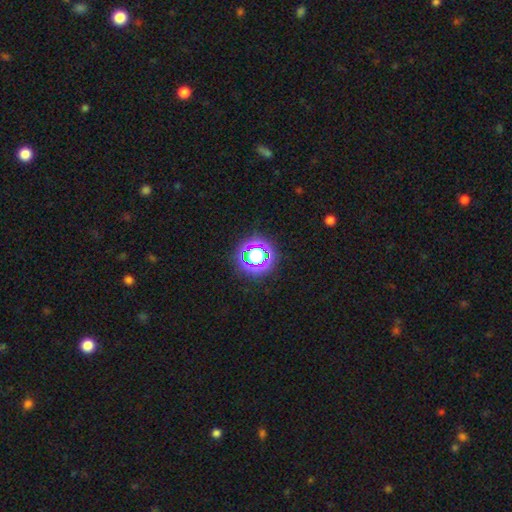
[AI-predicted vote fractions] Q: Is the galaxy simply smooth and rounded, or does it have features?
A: star or artifact — 53%.